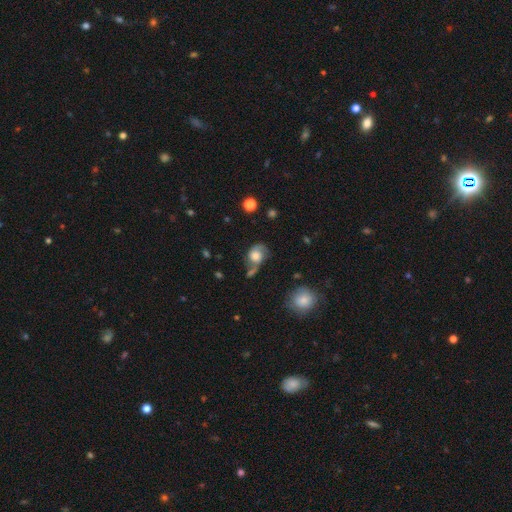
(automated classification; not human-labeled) smooth-or-featured: featured or disk: 58% | smooth: 32% | star or artifact: 10%
  disk-edge-on: no: 96% | yes: 4%
    bar: no: 71% | weak: 25% | strong: 4%
    has-spiral-arms: yes: 86% | no: 14%
    bulge-size: large: 44% | moderate: 28% | small: 11% | none: 9% | dominant: 8%
  merging: none: 42% | minor disturbance: 24% | major disturbance: 19% | merger: 15%